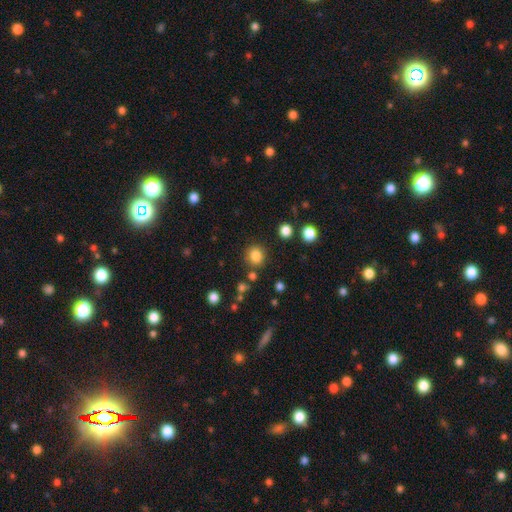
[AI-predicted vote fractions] Q: Smooth or featured?
A: smooth (83%); runner-up: star or artifact (12%)
Q: How rounded?
A: round (88%); runner-up: in between (11%)
Q: Merging?
A: none (85%); runner-up: minor disturbance (8%)